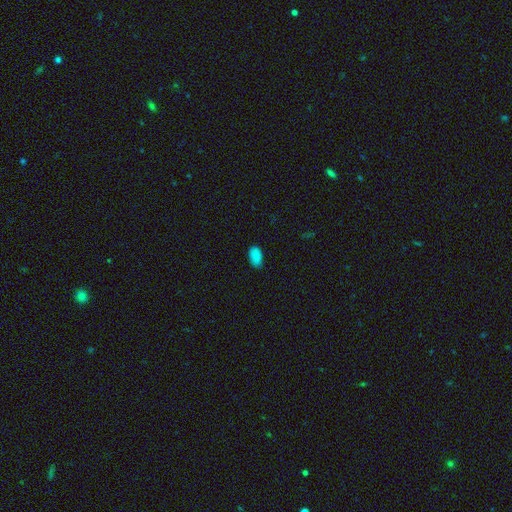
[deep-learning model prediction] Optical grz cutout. It shows a smooth galaxy with no disk features (86%) that is in between round and cigar-shaped (94%). Merging: none (84%).